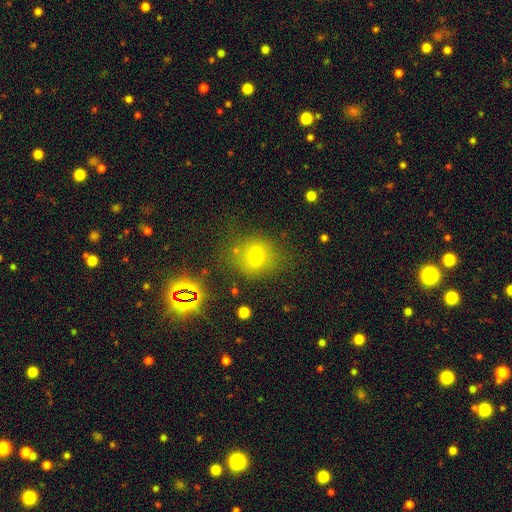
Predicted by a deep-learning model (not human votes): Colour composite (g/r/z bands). It shows a smooth galaxy with no disk features (64%) that is round (49%). Merging: none (69%).